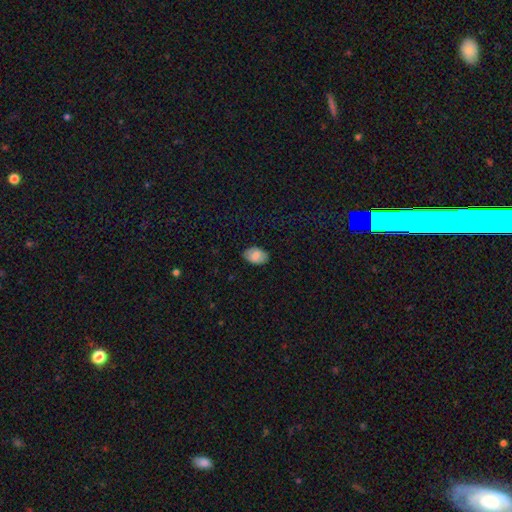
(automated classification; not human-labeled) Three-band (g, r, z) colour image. It shows a smooth galaxy with no disk features (80%) that is in between round and cigar-shaped (90%). Merging: none (84%).